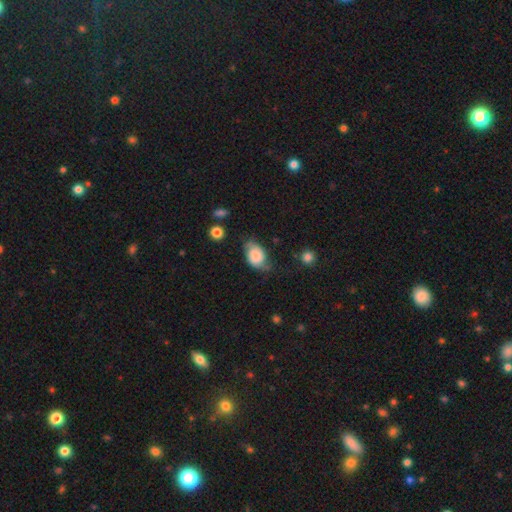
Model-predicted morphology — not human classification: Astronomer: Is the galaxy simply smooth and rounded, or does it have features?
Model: smooth — 68%.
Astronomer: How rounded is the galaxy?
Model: in between — 77%.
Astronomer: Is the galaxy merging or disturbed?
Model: none — 47% (runner-up: minor disturbance, 36%).